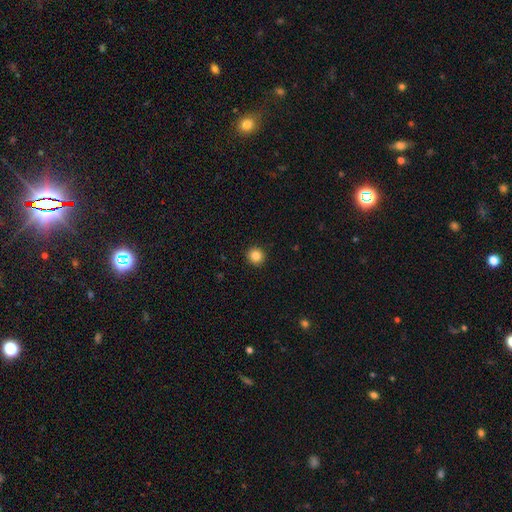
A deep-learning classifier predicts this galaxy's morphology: smooth 84%, star or artifact 11%, featured or disk 5%. Down the decision tree: how rounded — round (94%); merging — none (93%).